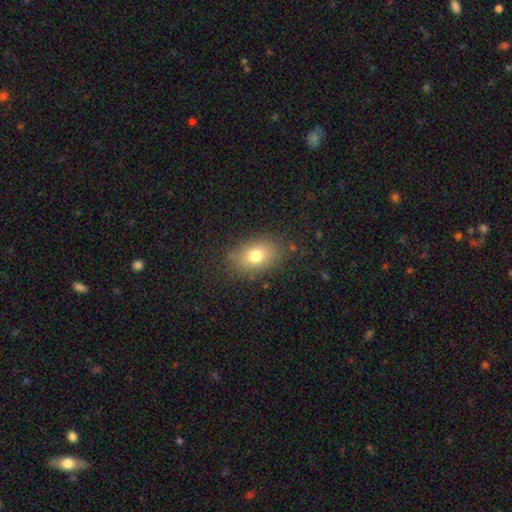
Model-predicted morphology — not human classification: A smooth galaxy with no disk features (76%) that is in between round and cigar-shaped (76%). Merging: none (81%).